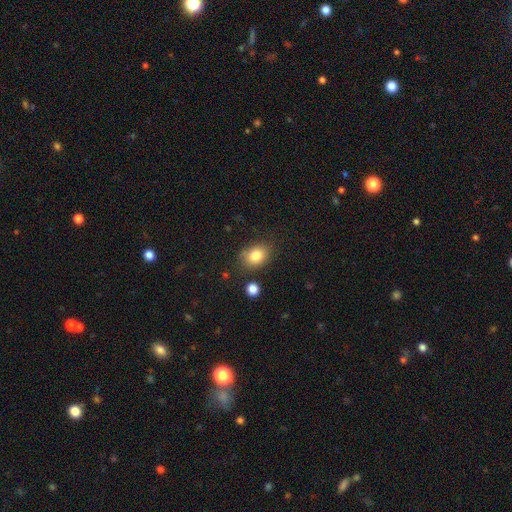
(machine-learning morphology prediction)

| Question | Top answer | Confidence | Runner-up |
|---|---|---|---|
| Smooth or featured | smooth | 81% | star or artifact (10%) |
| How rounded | in between | 62% | round (37%) |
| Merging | none | 76% | minor disturbance (16%) |